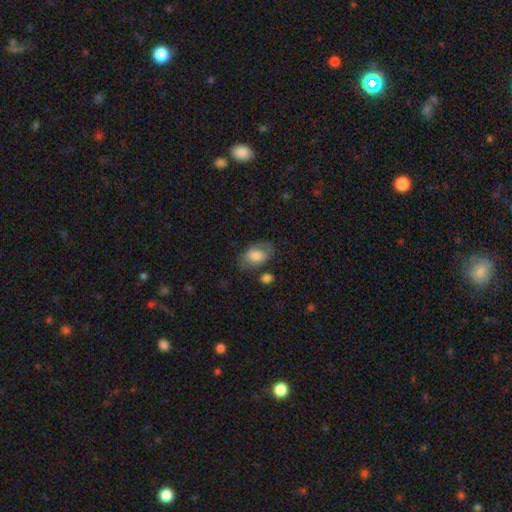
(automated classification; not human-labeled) Smooth or featured: smooth — 75% (featured or disk — 18%)
How rounded: in between — 87% (round — 11%)
Merging: none — 62% (minor disturbance — 21%)